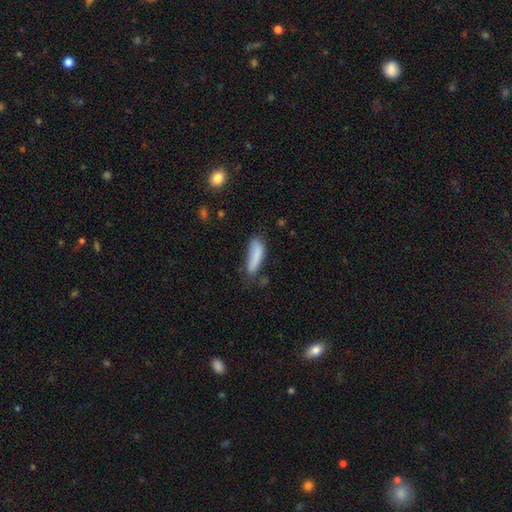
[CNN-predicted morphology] This appears to be a smooth galaxy with no disk features (82%) that is cigar-shaped (55%). Merging: none (49%).